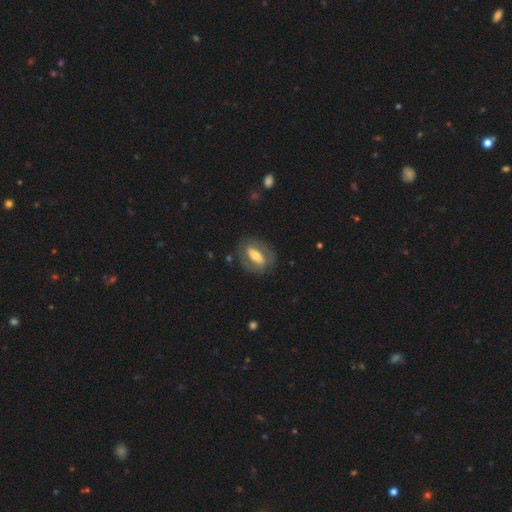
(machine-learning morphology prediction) This appears to be a featured or disk galaxy (54%). Merging: none (77%).